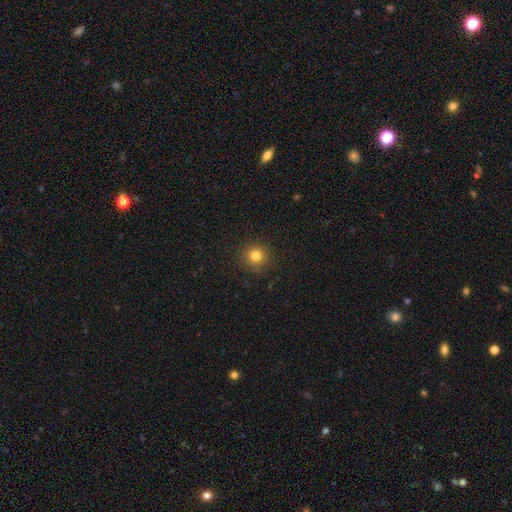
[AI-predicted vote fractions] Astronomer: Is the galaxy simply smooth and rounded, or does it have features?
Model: smooth — 81%.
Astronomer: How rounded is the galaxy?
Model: round — 94%.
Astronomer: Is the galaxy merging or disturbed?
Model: none — 91%.